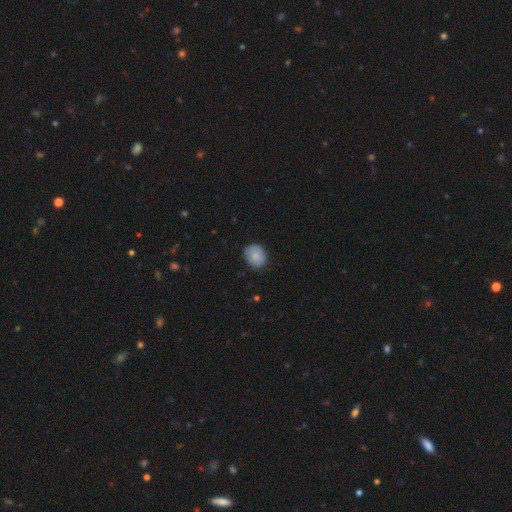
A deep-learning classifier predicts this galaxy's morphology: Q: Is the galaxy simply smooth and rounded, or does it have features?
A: smooth — 84%.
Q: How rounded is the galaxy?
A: round — 58%.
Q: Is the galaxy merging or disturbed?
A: none — 79%.